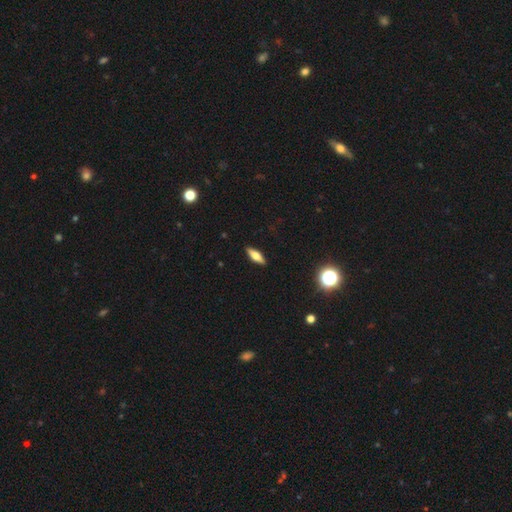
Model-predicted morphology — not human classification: Smooth or featured: smooth — 56% (featured or disk — 36%)
How rounded: in between — 55% (cigar-shaped — 42%)
Merging: none — 90% (minor disturbance — 8%)